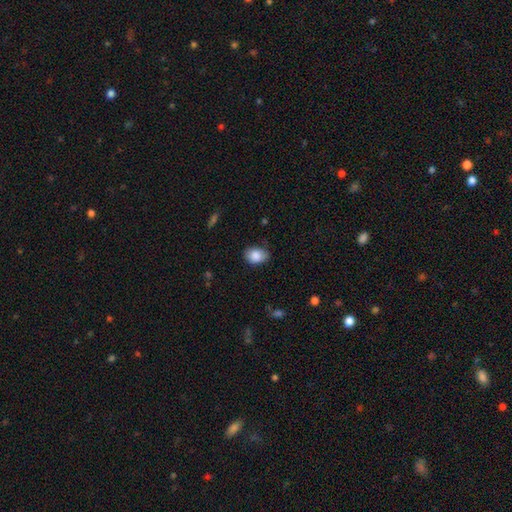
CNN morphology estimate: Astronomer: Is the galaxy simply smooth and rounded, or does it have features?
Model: smooth — 86%.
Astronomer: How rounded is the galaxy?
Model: in between — 73%.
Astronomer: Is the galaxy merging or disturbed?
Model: none — 73%.